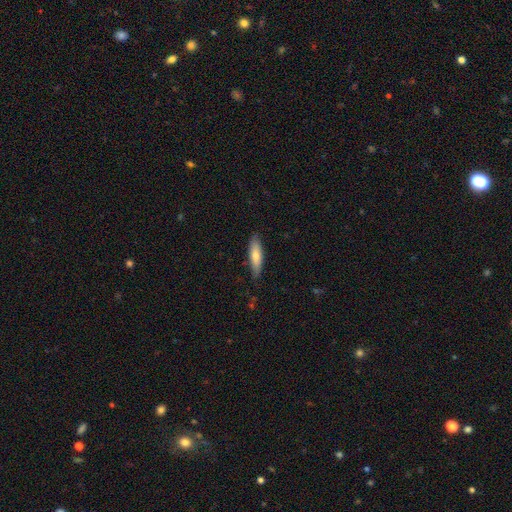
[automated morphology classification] smooth_or_featured: smooth (p=0.70) [alt: featured or disk p=0.25]
how_rounded: cigar-shaped (p=0.66) [alt: in between p=0.32]
merging: none (p=0.81) [alt: minor disturbance p=0.15]